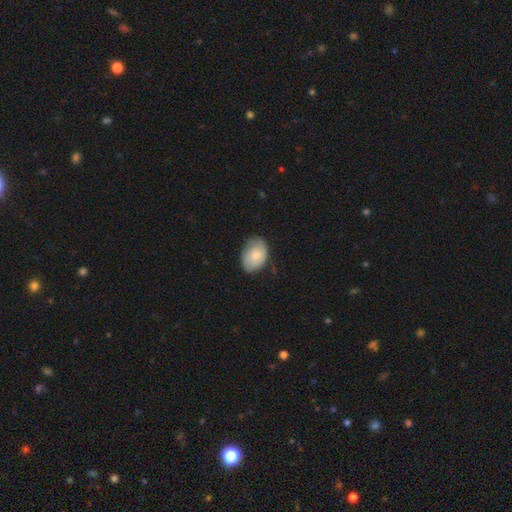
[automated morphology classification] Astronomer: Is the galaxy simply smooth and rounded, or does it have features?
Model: smooth — 70%.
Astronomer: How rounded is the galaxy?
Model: in between — 79%.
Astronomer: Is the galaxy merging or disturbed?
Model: none — 68%.